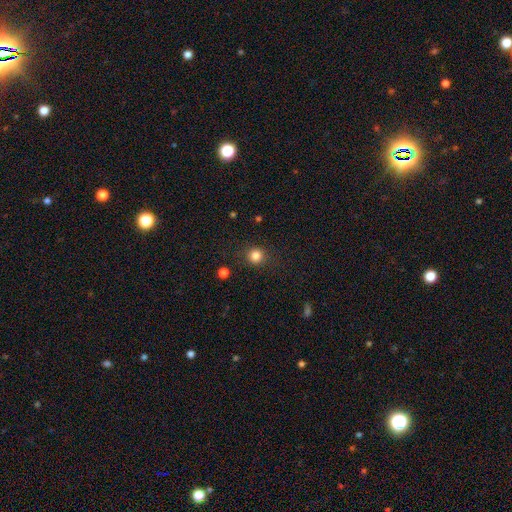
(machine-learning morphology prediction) Smooth or featured: smooth — 82% (star or artifact — 13%)
How rounded: round — 90% (in between — 9%)
Merging: none — 86% (minor disturbance — 9%)